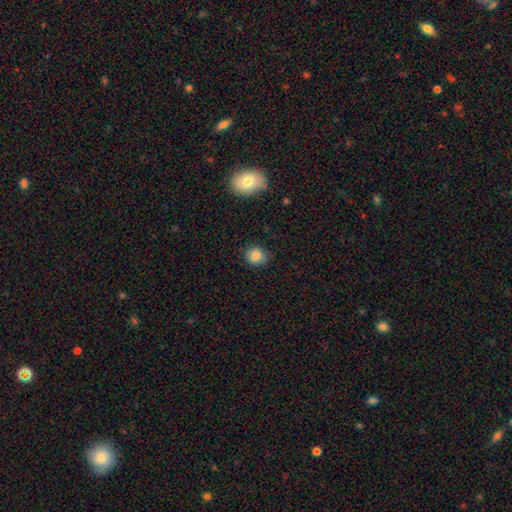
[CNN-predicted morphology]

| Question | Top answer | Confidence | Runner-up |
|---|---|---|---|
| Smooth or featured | smooth | 85% | star or artifact (10%) |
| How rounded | round | 73% | in between (26%) |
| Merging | none | 85% | minor disturbance (11%) |